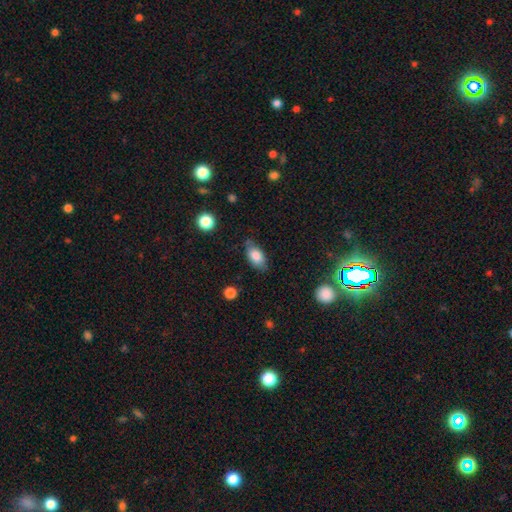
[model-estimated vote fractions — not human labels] The model was most divided on "merging": none: 74%, minor disturbance: 19%, major disturbance: 4%, merger: 2%. More confident: how rounded — in between (90%); smooth or featured — smooth (82%).